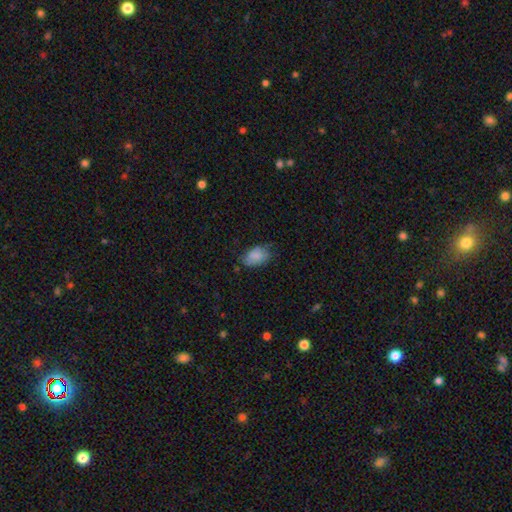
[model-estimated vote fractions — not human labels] Smooth or featured: smooth — 81% (featured or disk — 11%)
How rounded: in between — 87% (round — 12%)
Merging: none — 57% (minor disturbance — 32%)